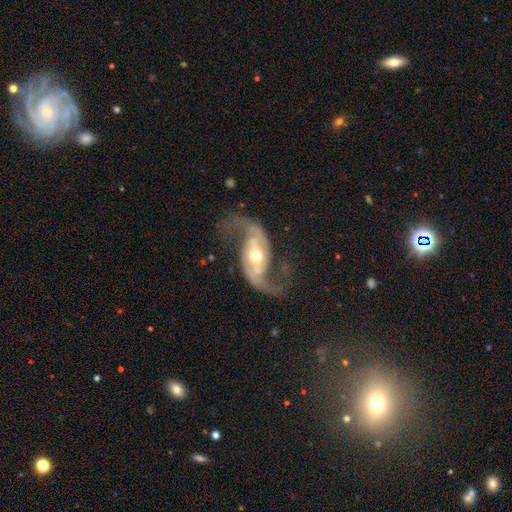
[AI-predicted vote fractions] Morphology: type=featured or disk (93%); edge-on=no (97%); bar=weak (37%); spiral arms=yes (98%); winding=loose (66%); arm count=2 (95%); bulge=moderate (64%); merging=none (75%).